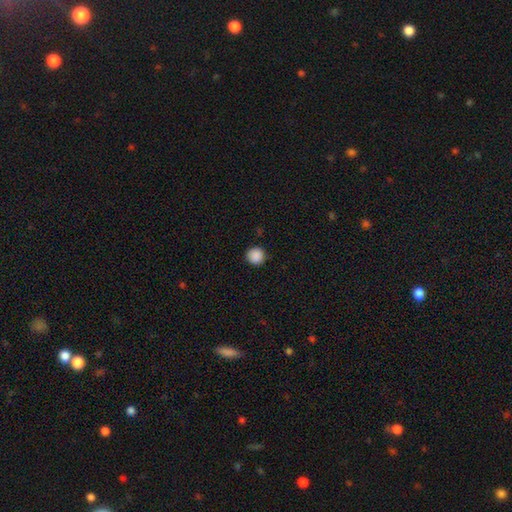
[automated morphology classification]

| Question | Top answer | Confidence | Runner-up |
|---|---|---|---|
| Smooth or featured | smooth | 88% | star or artifact (9%) |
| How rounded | round | 94% | in between (5%) |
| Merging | none | 90% | minor disturbance (7%) |